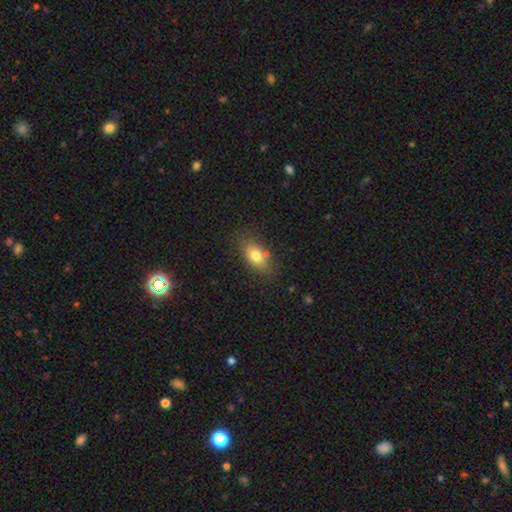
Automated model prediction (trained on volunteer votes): smooth-or-featured: smooth: 77% | featured or disk: 13% | star or artifact: 10%
  how-rounded: in between: 84% | round: 11% | cigar-shaped: 5%
  merging: none: 75% | minor disturbance: 15% | merger: 6% | major disturbance: 4%